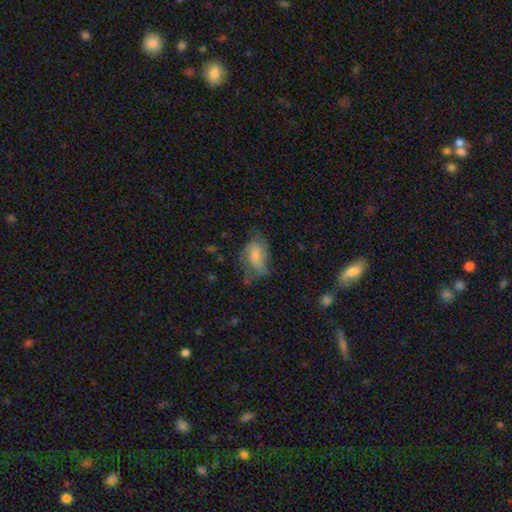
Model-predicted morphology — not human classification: Overall: featured or disk (47%; smooth 44%). Merging: none (39%; major disturbance 30%).